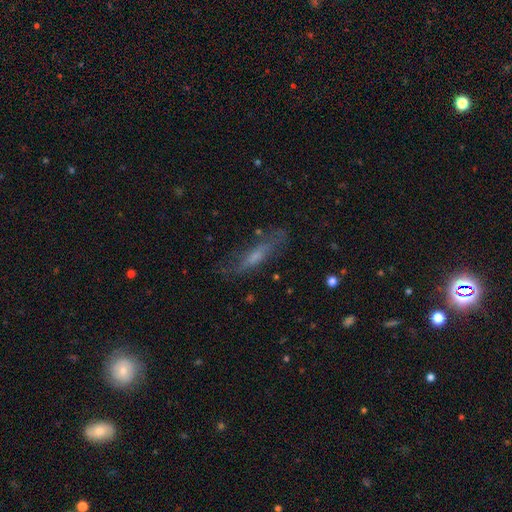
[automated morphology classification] featured or disk 46%, smooth 43%, star or artifact 11%. Down the decision tree: merging — none (67%).